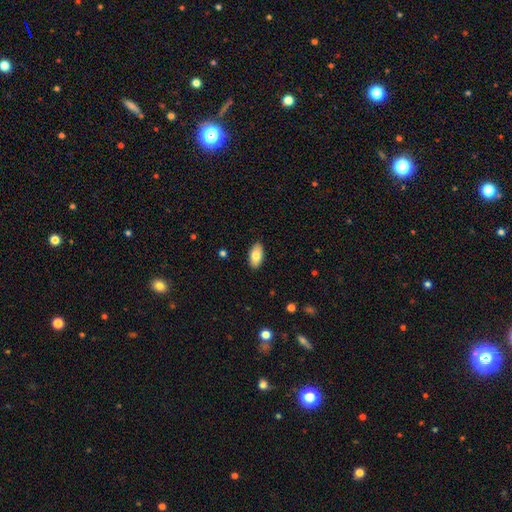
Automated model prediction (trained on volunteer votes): This appears to be a smooth galaxy with no disk features (81%) that is in between round and cigar-shaped (93%). Merging: none (89%).